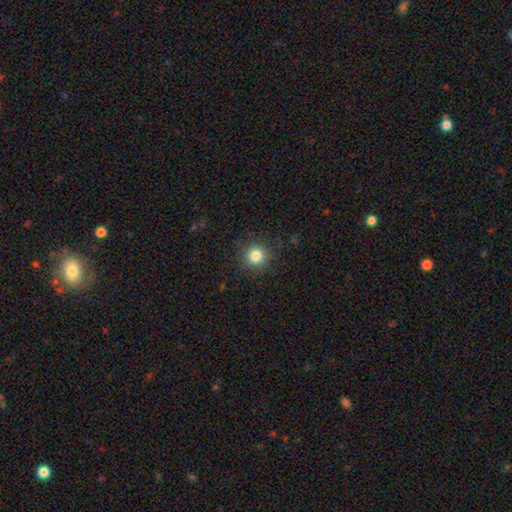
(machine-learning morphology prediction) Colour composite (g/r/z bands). It shows a smooth galaxy with no disk features (82%) that is round (94%). Merging: none (89%).